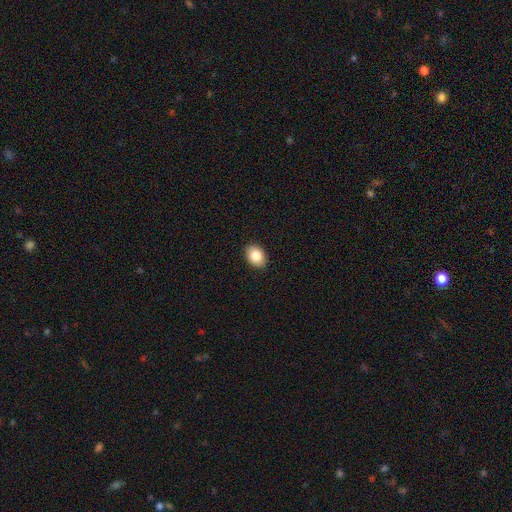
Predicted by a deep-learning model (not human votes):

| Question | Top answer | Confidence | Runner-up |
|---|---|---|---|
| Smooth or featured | smooth | 85% | star or artifact (8%) |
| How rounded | in between | 73% | round (26%) |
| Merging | none | 91% | minor disturbance (7%) |